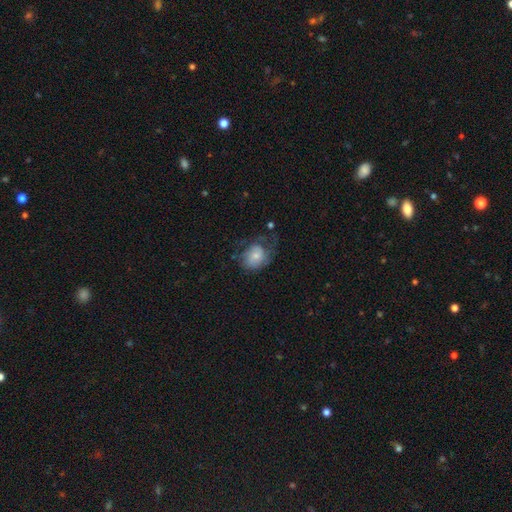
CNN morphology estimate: type=smooth (55%); roundness=in between (54%); merging=major disturbance (35%).